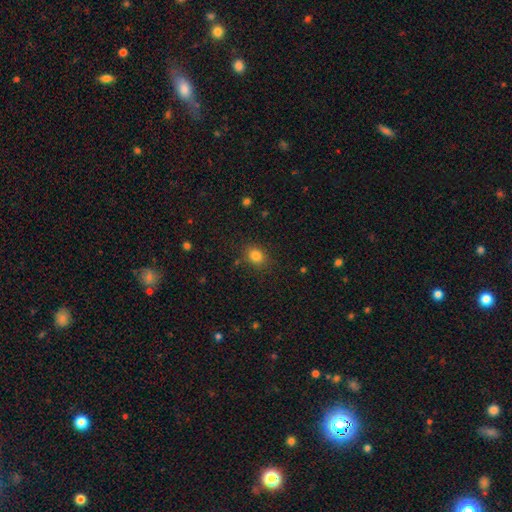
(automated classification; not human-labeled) This is clearly a smooth galaxy (83%). How rounded: possibly in between (50%). Merging: clearly none (83%).